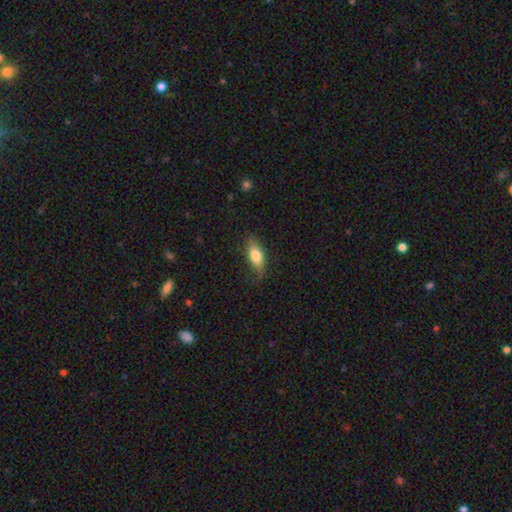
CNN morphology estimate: A smooth galaxy with no disk features (76%) that is in between round and cigar-shaped (73%).

Vote fractions:
- Smooth or featured? smooth: 76% / featured or disk: 17% / star or artifact: 7%
- How rounded? in between: 73% / cigar-shaped: 23% / round: 3%
- Merging? none: 75% / minor disturbance: 19% / major disturbance: 5% / merger: 1%